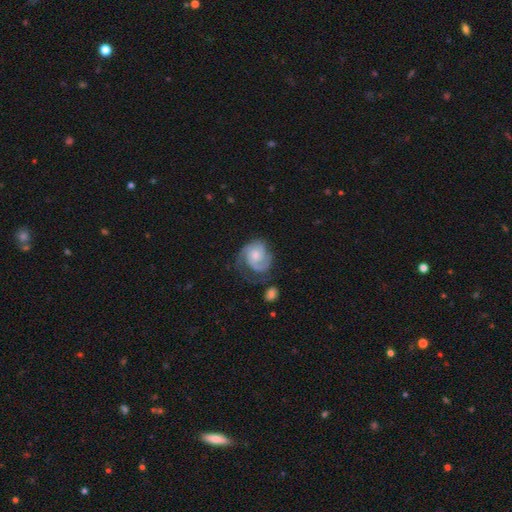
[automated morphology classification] The model was most divided on "bulge size": small: 43%, moderate: 42%, none: 9%, large: 6%, dominant: 1%. More confident: edge-on disk — no (98%); spiral arms — yes (96%); smooth or featured — featured or disk (80%); bar — no (67%); merging — none (56%); spiral arm count — 2 (53%); spiral winding — tight (52%).